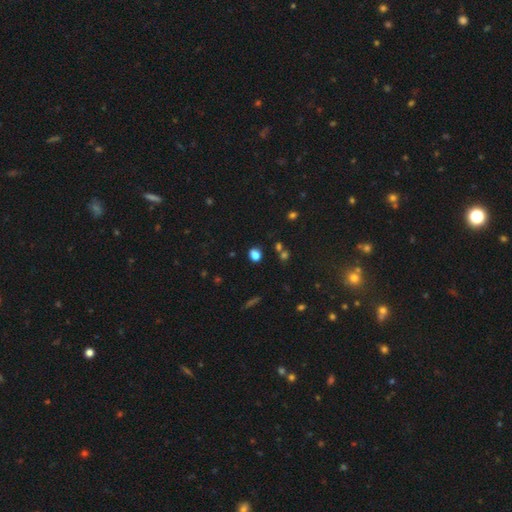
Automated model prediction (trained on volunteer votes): The model was most divided on "how rounded": in between: 54%, round: 45%, cigar-shaped: 2%. More confident: smooth or featured — smooth (78%); merging — none (76%).